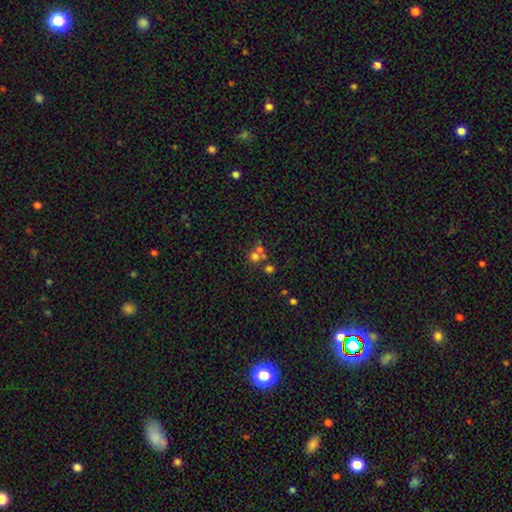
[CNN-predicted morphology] The model was most divided on "merging": none: 45%, merger: 44%, minor disturbance: 7%, major disturbance: 5%. More confident: how rounded — round (84%); smooth or featured — smooth (61%).